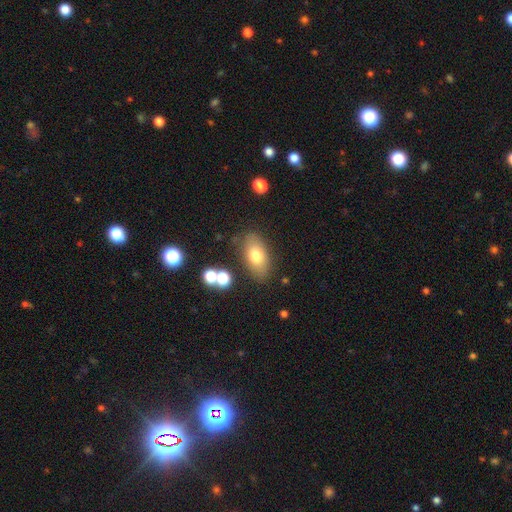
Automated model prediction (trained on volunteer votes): Smooth or featured: smooth — 72% (featured or disk — 19%)
How rounded: in between — 90% (round — 7%)
Merging: none — 80% (minor disturbance — 12%)